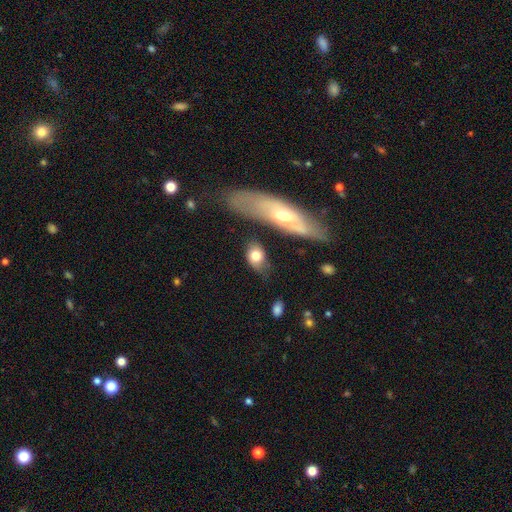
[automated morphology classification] Q: Smooth or featured?
A: smooth (72%); runner-up: featured or disk (21%)
Q: How rounded?
A: in between (68%); runner-up: round (25%)
Q: Merging?
A: none (66%); runner-up: minor disturbance (19%)